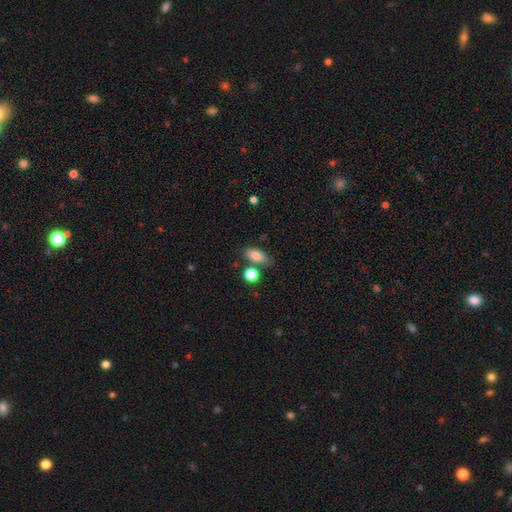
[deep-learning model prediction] Smooth or featured? smooth (81%)
How rounded? in between (82%)
Merging? none (69%)